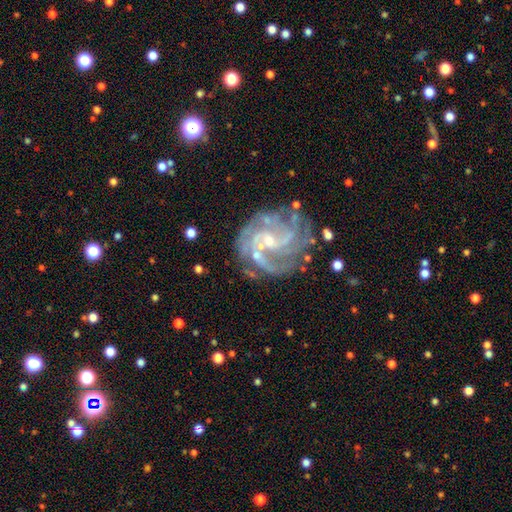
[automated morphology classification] Smooth or featured: featured or disk — 88% (star or artifact — 7%)
Edge-on disk: no — 98% (yes — 2%)
Bar: no — 49% (weak — 41%)
Spiral arms: yes — 96% (no — 4%)
Spiral winding: tight — 50% (medium — 40%)
Spiral arm count: 3 — 27% (can't tell — 22%)
Bulge size: small — 61% (moderate — 28%)
Merging: none — 62% (minor disturbance — 19%)